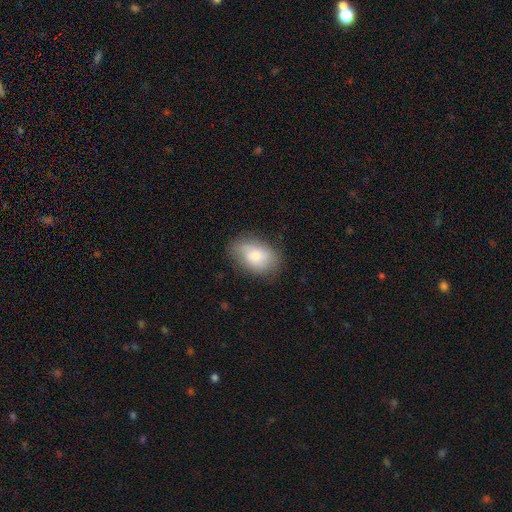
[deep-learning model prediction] A smooth galaxy with no disk features (68%) that is in between round and cigar-shaped (84%). Merging: none (75%).